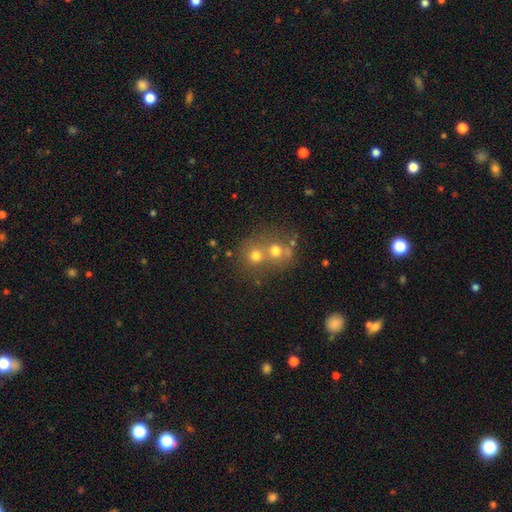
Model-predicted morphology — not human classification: Smooth or featured? Predicted: smooth (p=0.67). How rounded? Predicted: round (p=0.82). Merging? Predicted: merger (p=0.54).